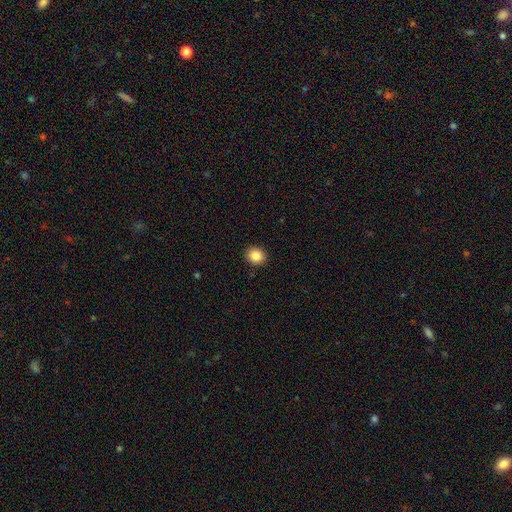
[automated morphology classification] Q: Smooth or featured?
A: smooth (85%); runner-up: star or artifact (9%)
Q: How rounded?
A: round (73%); runner-up: in between (26%)
Q: Merging?
A: none (91%); runner-up: minor disturbance (6%)